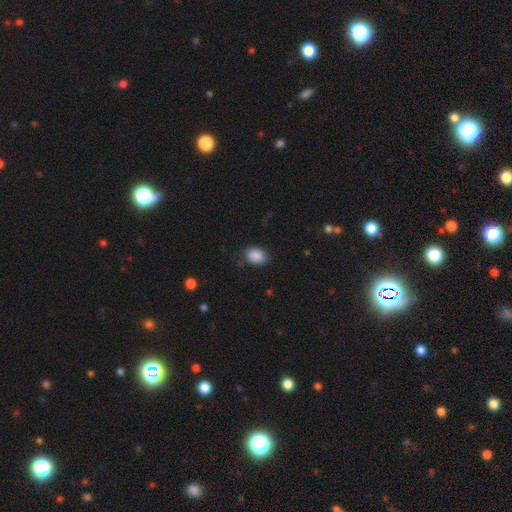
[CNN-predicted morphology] type=smooth (88%); roundness=in between (75%); merging=none (80%).